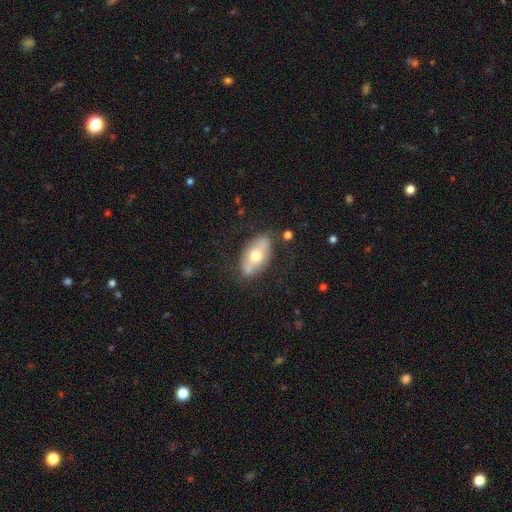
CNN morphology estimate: Smooth or featured? smooth (51%)
How rounded? in between (90%)
Merging? none (77%)